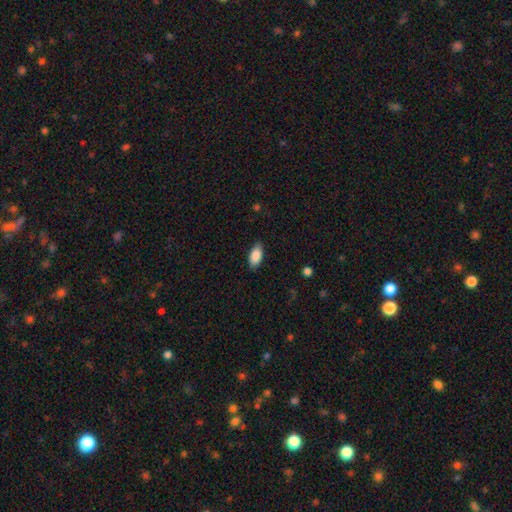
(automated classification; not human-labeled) Overall: smooth (88%). How rounded: in between (91%). Merging: none (86%).